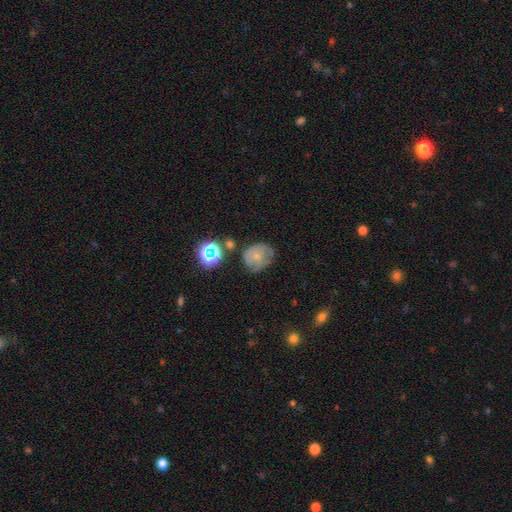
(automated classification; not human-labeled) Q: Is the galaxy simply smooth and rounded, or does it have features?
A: featured or disk — 45%.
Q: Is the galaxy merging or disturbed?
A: none — 50%.